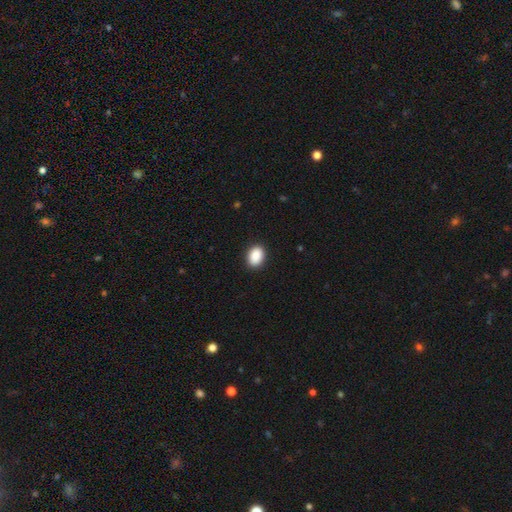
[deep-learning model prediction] Q: Smooth or featured?
A: smooth (90%); runner-up: star or artifact (7%)
Q: How rounded?
A: in between (79%); runner-up: round (20%)
Q: Merging?
A: none (90%); runner-up: minor disturbance (7%)